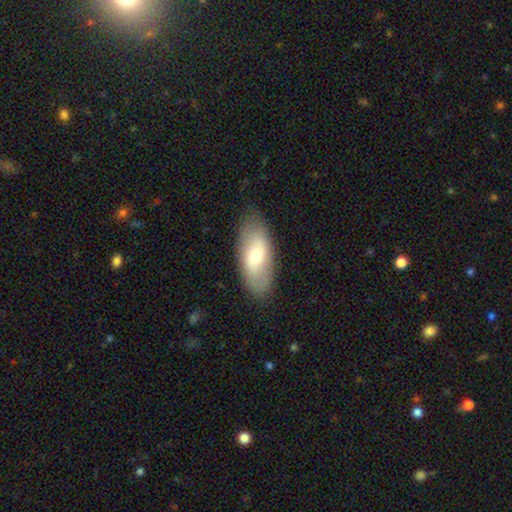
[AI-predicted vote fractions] This appears to be a smooth galaxy with no disk features (60%) that is in between round and cigar-shaped (89%). Merging: none (85%).